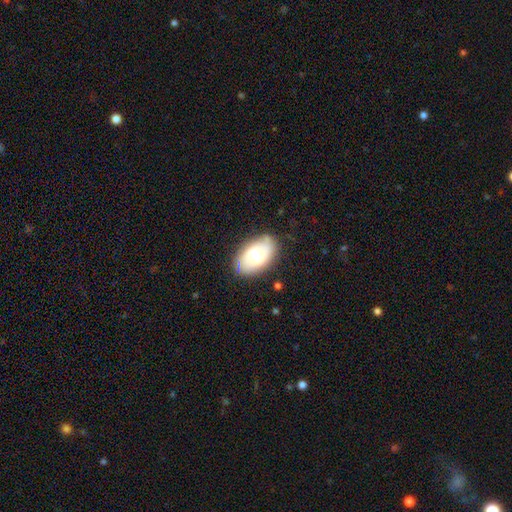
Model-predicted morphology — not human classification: Overall: smooth (60%; featured or disk 32%). How rounded: in between (91%). Merging: none (76%).